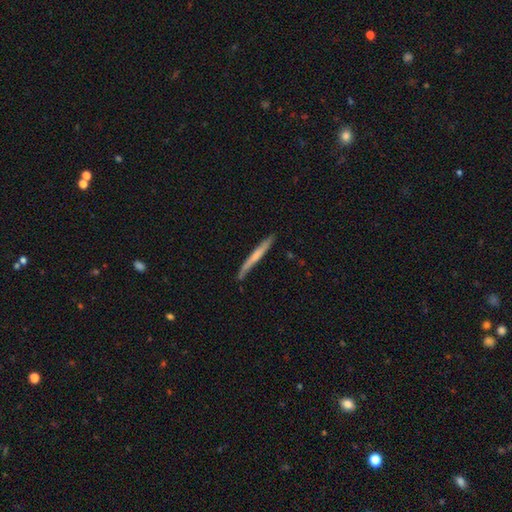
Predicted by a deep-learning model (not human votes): Smooth or featured: smooth — 50% (featured or disk — 45%)
Merging: none — 83% (minor disturbance — 13%)